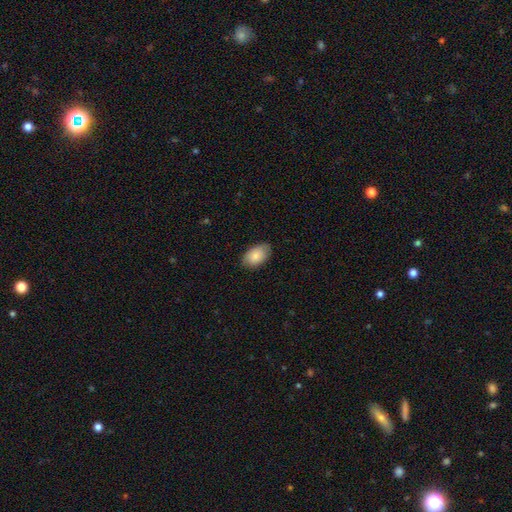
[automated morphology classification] smooth-or-featured: smooth: 84% | featured or disk: 9% | star or artifact: 6%
  how-rounded: in between: 91% | round: 8% | cigar-shaped: 1%
  merging: none: 82% | minor disturbance: 15% | major disturbance: 2% | merger: 1%